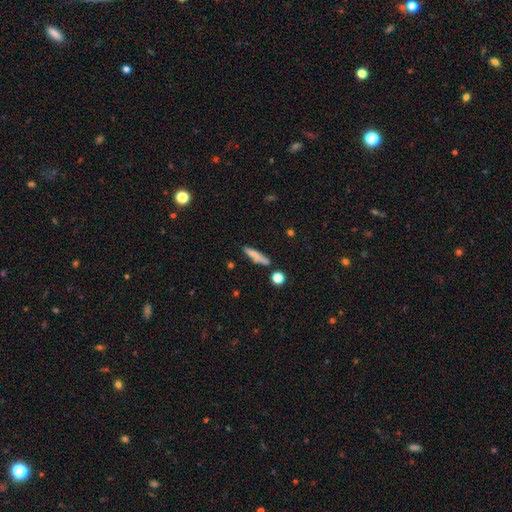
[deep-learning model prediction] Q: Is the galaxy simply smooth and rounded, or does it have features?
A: smooth — 76%.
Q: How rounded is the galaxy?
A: cigar-shaped — 86%.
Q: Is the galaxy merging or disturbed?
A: none — 77%.